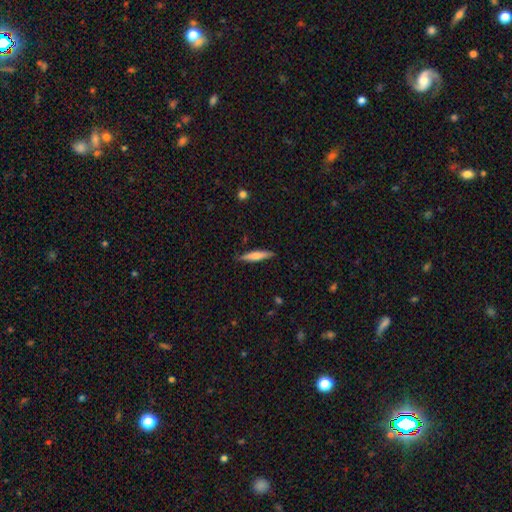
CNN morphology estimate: Smooth or featured: smooth — 60% (featured or disk — 34%)
How rounded: cigar-shaped — 88% (in between — 11%)
Merging: none — 88% (minor disturbance — 9%)